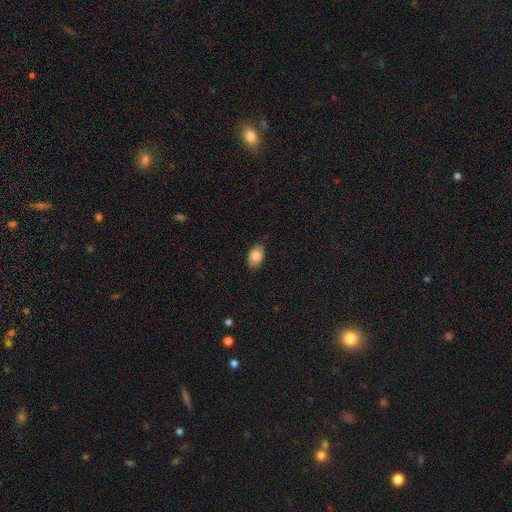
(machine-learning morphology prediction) This is clearly a smooth galaxy (81%). How rounded: clearly in between (87%). Merging: clearly none (85%).